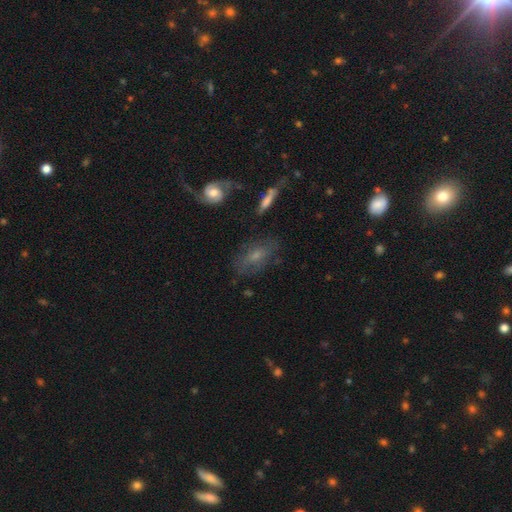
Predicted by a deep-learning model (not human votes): A smooth galaxy with no disk features (46%). Merging: none (65%).